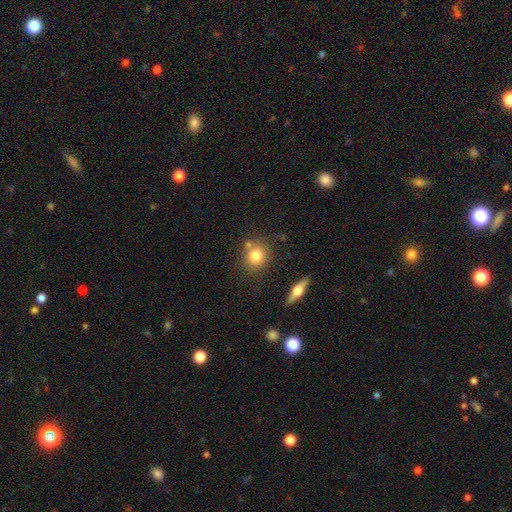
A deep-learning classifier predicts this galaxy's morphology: Smooth or featured?
  - smooth: 76% *
  - featured or disk: 14%
  - star or artifact: 10%
How rounded?
  - round: 76% *
  - in between: 22%
  - cigar-shaped: 2%
Merging?
  - none: 72% *
  - merger: 13%
  - minor disturbance: 11%
  - major disturbance: 3%